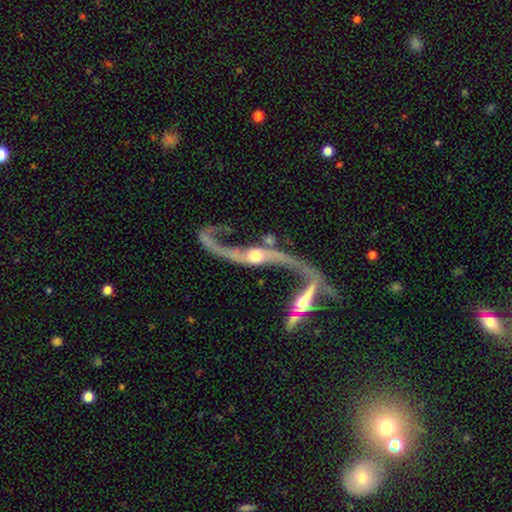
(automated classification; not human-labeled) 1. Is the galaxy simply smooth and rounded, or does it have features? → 86% featured or disk, 8% smooth, 6% star or artifact.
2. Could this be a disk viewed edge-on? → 76% no, 24% yes.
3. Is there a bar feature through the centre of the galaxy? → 59% no, 24% weak, 17% strong.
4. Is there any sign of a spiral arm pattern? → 86% yes, 14% no.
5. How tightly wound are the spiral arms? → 93% loose, 4% medium, 2% tight.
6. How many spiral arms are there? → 89% 2, 6% 1, 2% can't tell, 1% 3, 1% 4, 1% more than 4.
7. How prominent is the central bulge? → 58% moderate, 24% small, 11% large, 4% none, 3% dominant.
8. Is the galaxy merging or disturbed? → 44% merger, 28% none, 16% major disturbance, 12% minor disturbance.